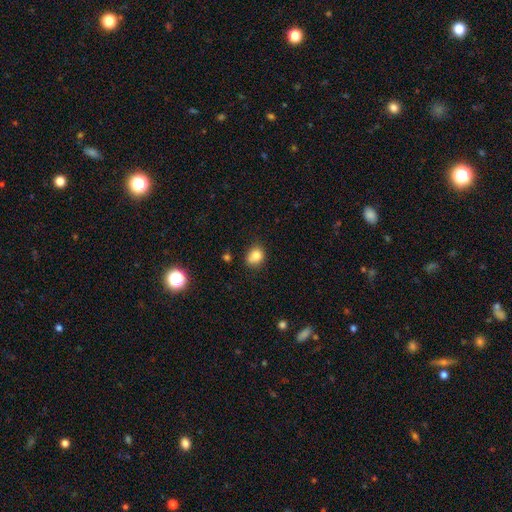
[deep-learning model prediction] smooth-or-featured: smooth: 81% | star or artifact: 11% | featured or disk: 8%
  how-rounded: round: 61% | in between: 38% | cigar-shaped: 1%
  merging: none: 61% | minor disturbance: 25% | merger: 8% | major disturbance: 6%